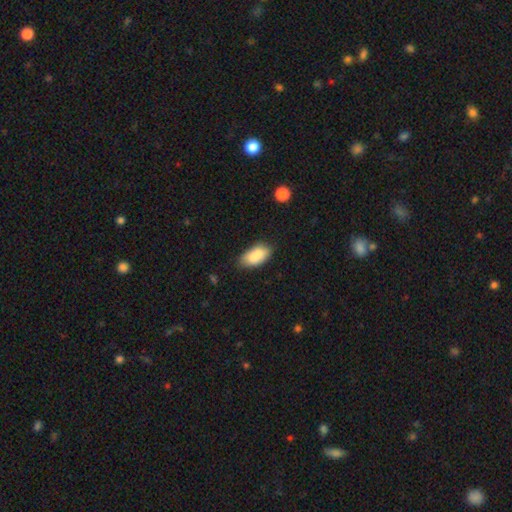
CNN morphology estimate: This is clearly a smooth galaxy (84%). How rounded: clearly in between (92%). Merging: likely none (70%).